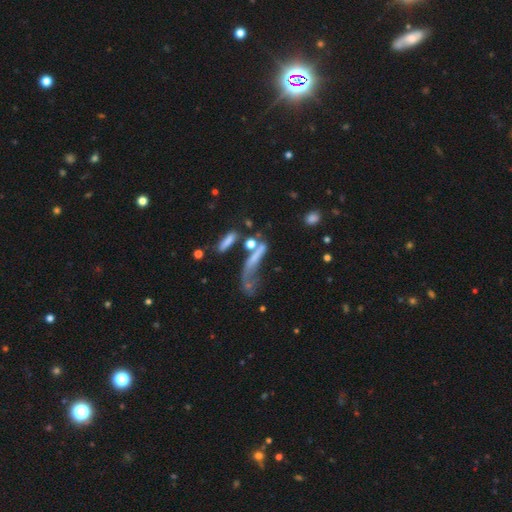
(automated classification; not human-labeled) Smooth or featured? smooth (44%)
Merging? major disturbance (36%)